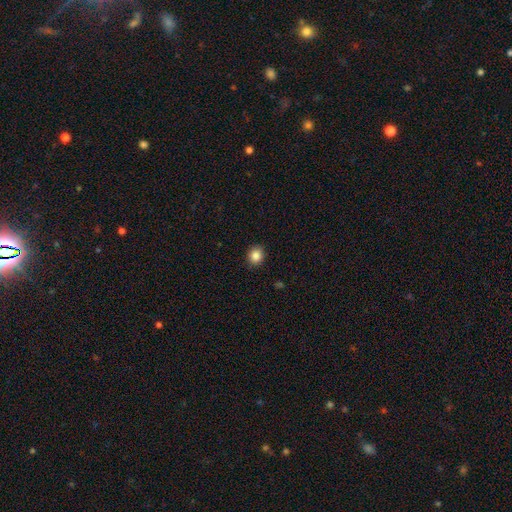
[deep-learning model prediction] Smooth or featured: smooth — 85% (star or artifact — 10%)
How rounded: round — 77% (in between — 22%)
Merging: none — 90% (minor disturbance — 7%)